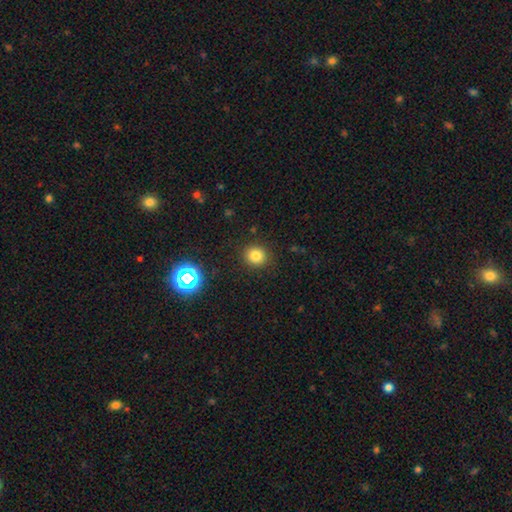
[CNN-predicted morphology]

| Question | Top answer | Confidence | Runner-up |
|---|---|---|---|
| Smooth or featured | smooth | 79% | star or artifact (15%) |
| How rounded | round | 86% | in between (13%) |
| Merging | none | 89% | minor disturbance (7%) |